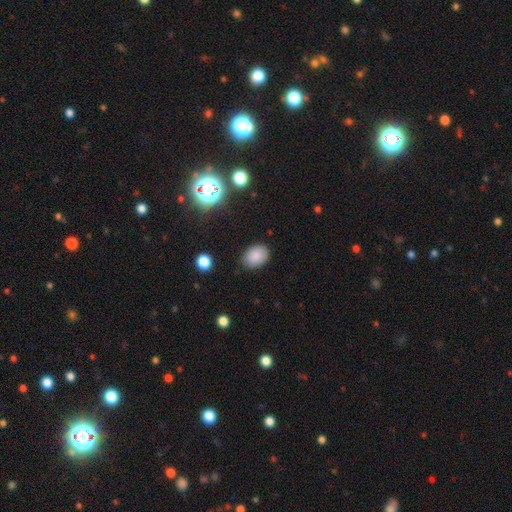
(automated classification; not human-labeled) Smooth or featured: smooth — 85% (star or artifact — 10%)
How rounded: in between — 73% (round — 26%)
Merging: none — 83% (minor disturbance — 13%)